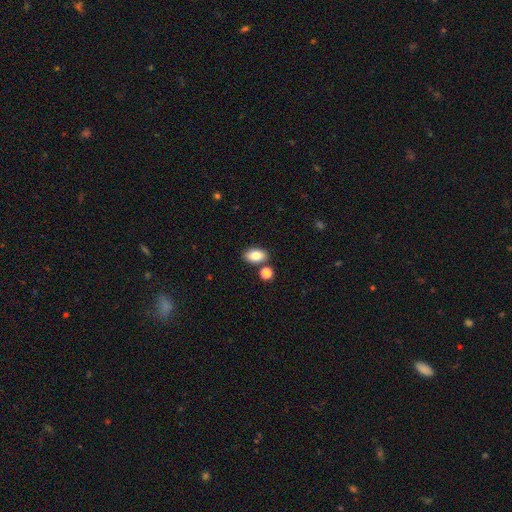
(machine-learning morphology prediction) Q: Smooth or featured?
A: smooth (82%); runner-up: featured or disk (9%)
Q: How rounded?
A: in between (89%); runner-up: round (9%)
Q: Merging?
A: none (79%); runner-up: minor disturbance (9%)